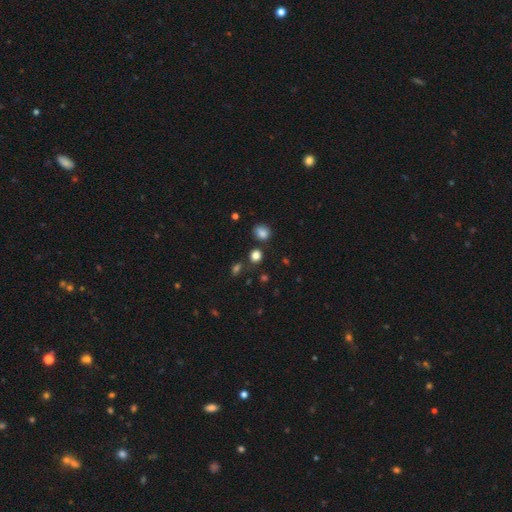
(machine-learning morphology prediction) Smooth or featured? smooth (79%)
How rounded? round (79%)
Merging? none (78%)